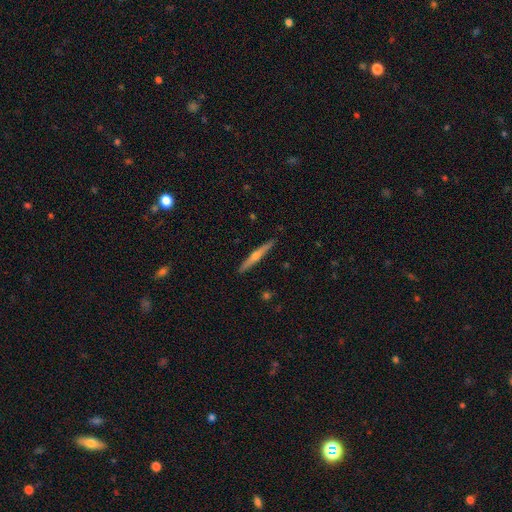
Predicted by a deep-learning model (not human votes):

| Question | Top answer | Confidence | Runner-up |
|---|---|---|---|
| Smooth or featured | featured or disk | 66% | smooth (28%) |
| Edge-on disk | yes | 98% | no (2%) |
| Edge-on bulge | rounded | 87% | none (10%) |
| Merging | none | 91% | minor disturbance (7%) |